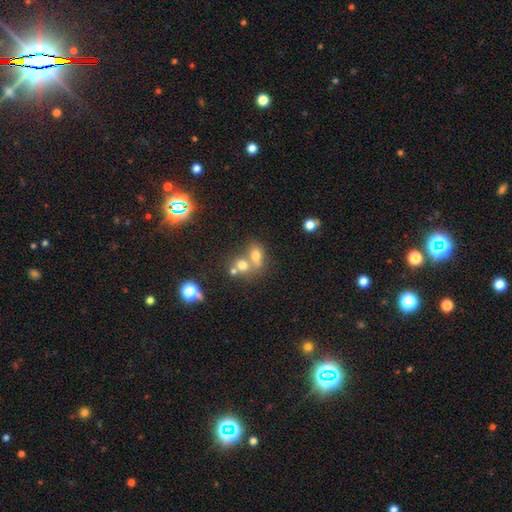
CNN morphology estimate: smooth-or-featured: smooth: 68% | featured or disk: 16% | star or artifact: 16%
  how-rounded: in between: 58% | round: 39% | cigar-shaped: 2%
  merging: merger: 56% | none: 31% | minor disturbance: 9% | major disturbance: 5%